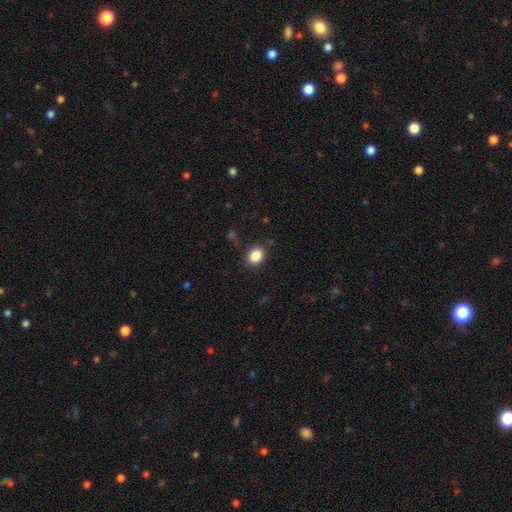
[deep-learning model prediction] Overall: smooth (86%). How rounded: in between (51%; round 48%). Merging: none (83%).